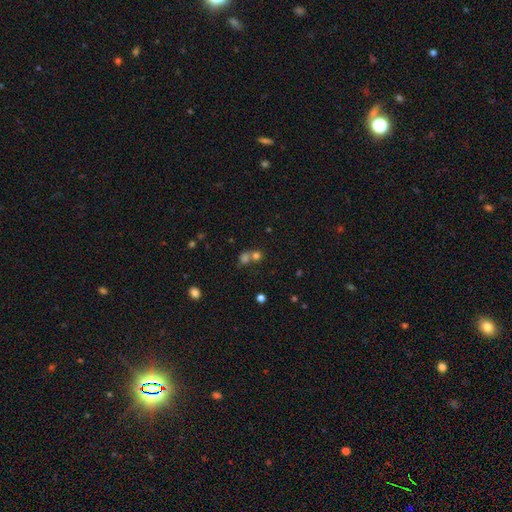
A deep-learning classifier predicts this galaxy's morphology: This is likely a smooth galaxy (70%). How rounded: clearly round (80%). Merging: possibly merger (49%).